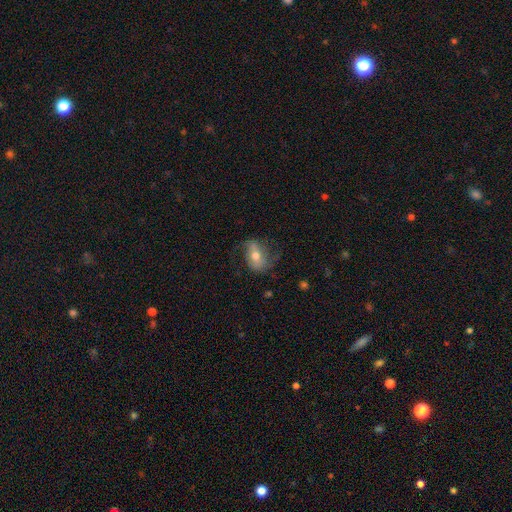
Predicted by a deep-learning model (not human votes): This appears to be a featured or disk galaxy (53%). Merging: none (62%).